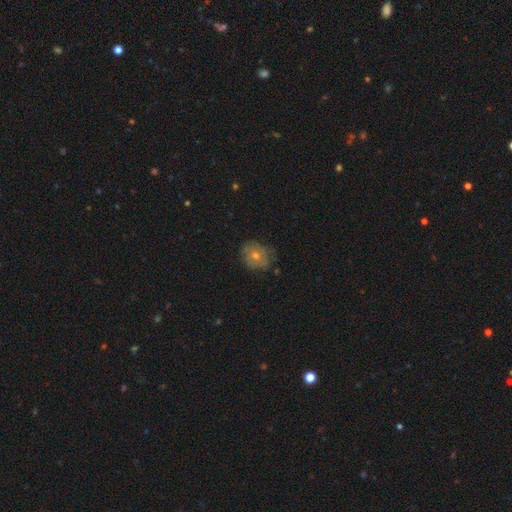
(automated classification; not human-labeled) Smooth or featured? Predicted: smooth (p=0.45). Merging? Predicted: none (p=0.74).